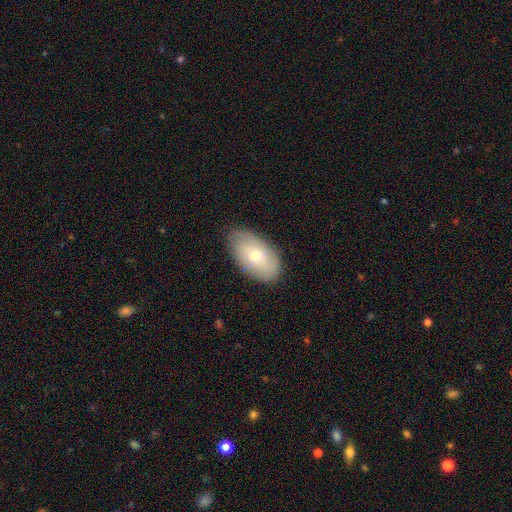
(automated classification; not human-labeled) smooth 65%, featured or disk 28%, star or artifact 7%. Down the decision tree: how rounded — in between (93%); merging — none (82%).